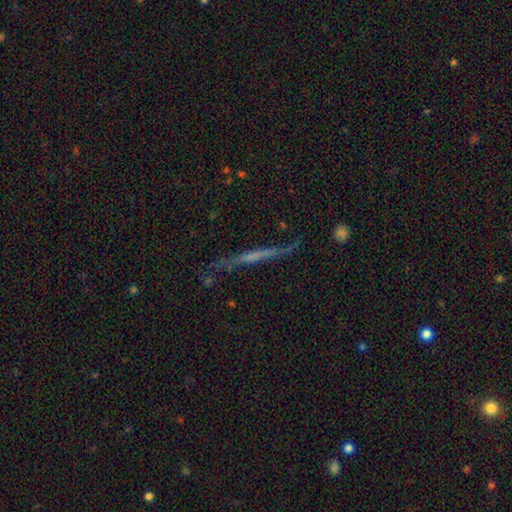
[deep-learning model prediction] This appears to be a featured or disk galaxy (59%) viewed edge-on (88%) with no central bulge (75%). Merging: none (66%).